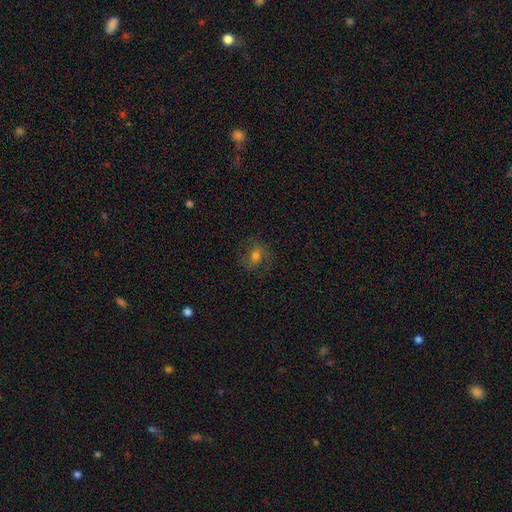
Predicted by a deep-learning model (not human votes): Smooth or featured? Predicted: smooth (p=0.44). Merging? Predicted: none (p=0.67).